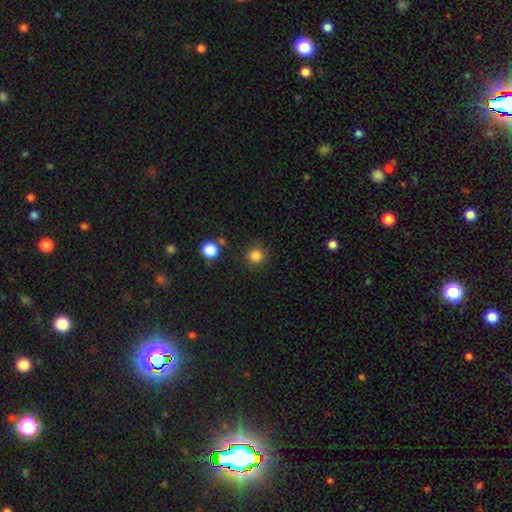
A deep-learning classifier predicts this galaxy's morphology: smooth 84%, star or artifact 12%, featured or disk 4%. Down the decision tree: how rounded — round (95%); merging — none (88%).